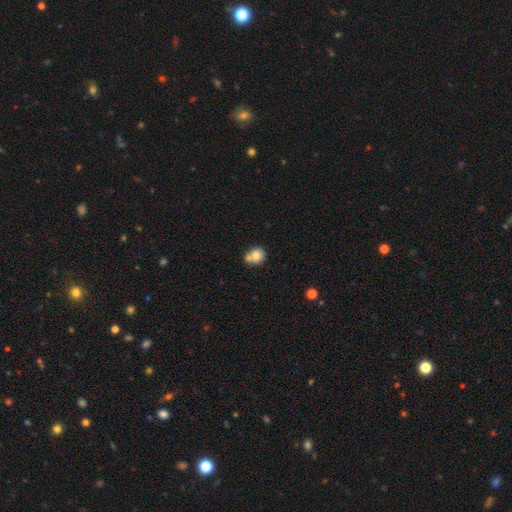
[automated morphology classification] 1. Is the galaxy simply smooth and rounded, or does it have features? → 74% smooth, 17% featured or disk, 9% star or artifact.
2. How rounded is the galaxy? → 81% round, 18% in between, 1% cigar-shaped.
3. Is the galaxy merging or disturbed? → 49% none, 35% merger, 12% minor disturbance, 4% major disturbance.